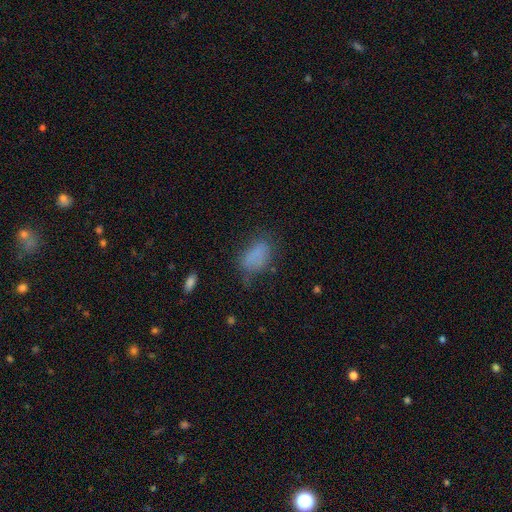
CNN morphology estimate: The model was most divided on "merging": none: 51%, minor disturbance: 29%, major disturbance: 17%, merger: 3%. More confident: how rounded — in between (89%); smooth or featured — smooth (77%).